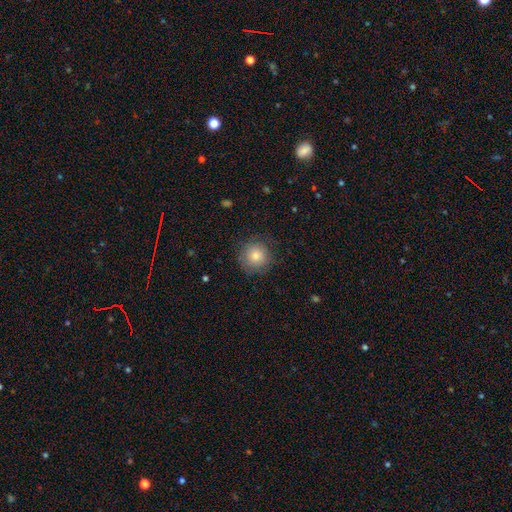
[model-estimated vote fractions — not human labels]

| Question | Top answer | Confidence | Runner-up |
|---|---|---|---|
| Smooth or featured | smooth | 74% | featured or disk (16%) |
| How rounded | round | 94% | in between (5%) |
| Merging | none | 81% | minor disturbance (13%) |